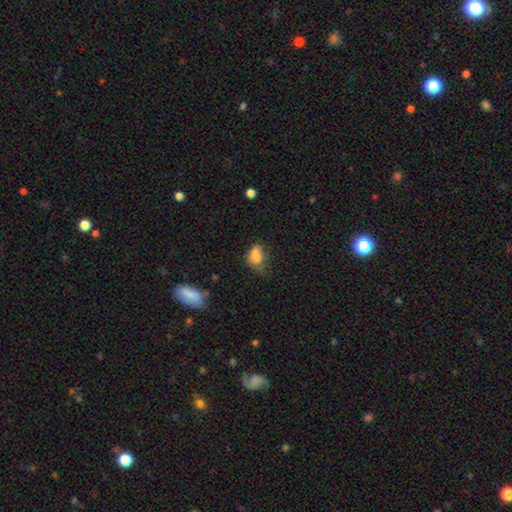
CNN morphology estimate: The model was most divided on "merging": none: 34%, minor disturbance: 33%, major disturbance: 22%, merger: 10%. More confident: how rounded — in between (78%); smooth or featured — smooth (76%).